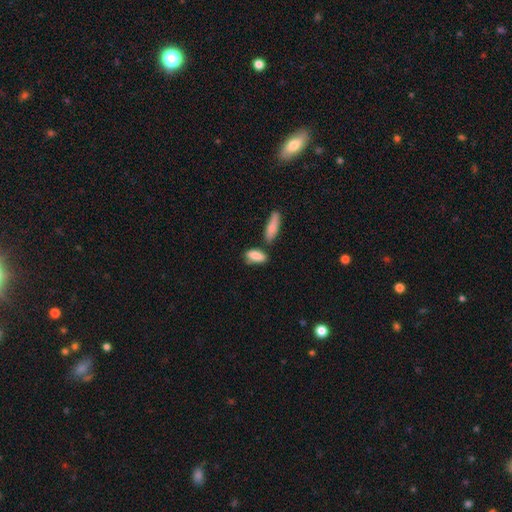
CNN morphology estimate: The model was most divided on "merging": none: 58%, minor disturbance: 20%, merger: 17%, major disturbance: 5%. More confident: smooth or featured — smooth (85%); how rounded — in between (80%).